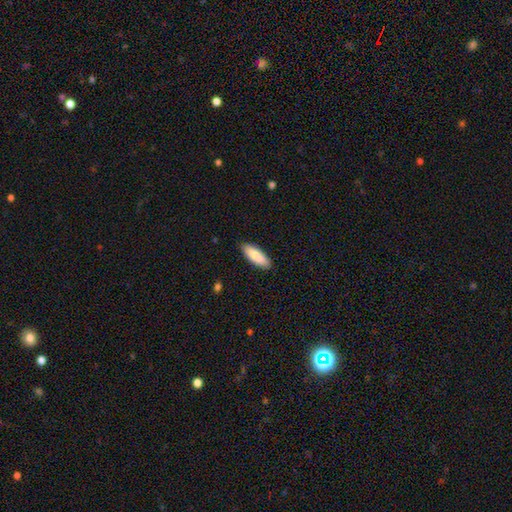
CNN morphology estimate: Smooth or featured: smooth — 87% (featured or disk — 7%)
How rounded: in between — 63% (cigar-shaped — 35%)
Merging: none — 88% (minor disturbance — 9%)